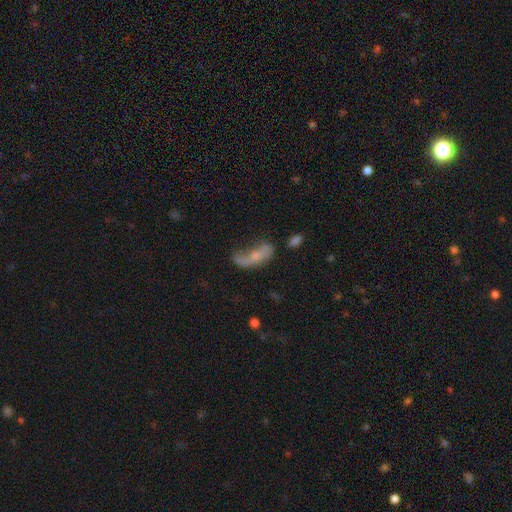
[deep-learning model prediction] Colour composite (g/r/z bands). It shows a smooth galaxy with no disk features (47%). Merging: major disturbance (37%).